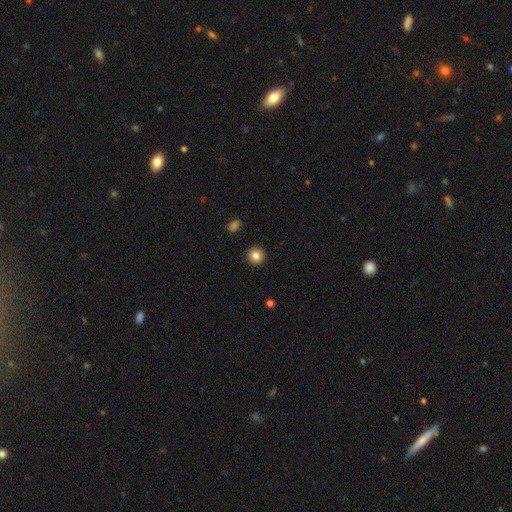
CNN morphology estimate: smooth 84%, star or artifact 10%, featured or disk 6%. Down the decision tree: how rounded — round (94%); merging — none (92%).